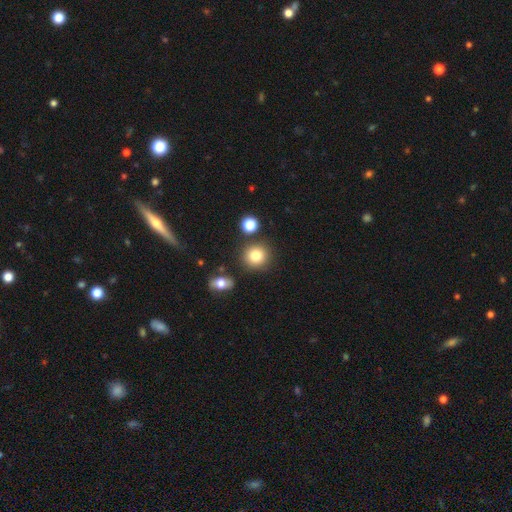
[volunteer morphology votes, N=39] type=smooth (79%); roundness=round (84%); merging=none (86%).